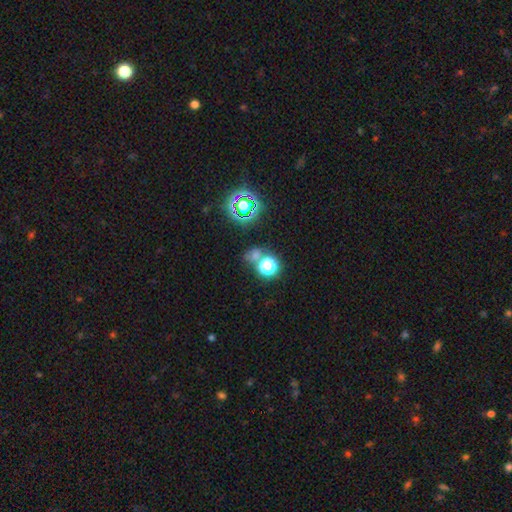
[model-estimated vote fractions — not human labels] The model was most divided on "smooth or featured": star or artifact: 48%, smooth: 44%, featured or disk: 9%.